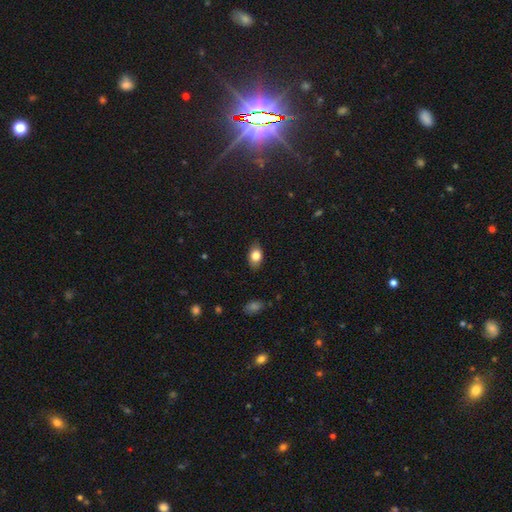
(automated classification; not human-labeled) Smooth or featured?
  - smooth: 80% *
  - featured or disk: 12%
  - star or artifact: 8%
How rounded?
  - in between: 86% *
  - round: 12%
  - cigar-shaped: 2%
Merging?
  - none: 83% *
  - minor disturbance: 14%
  - major disturbance: 3%
  - merger: 1%